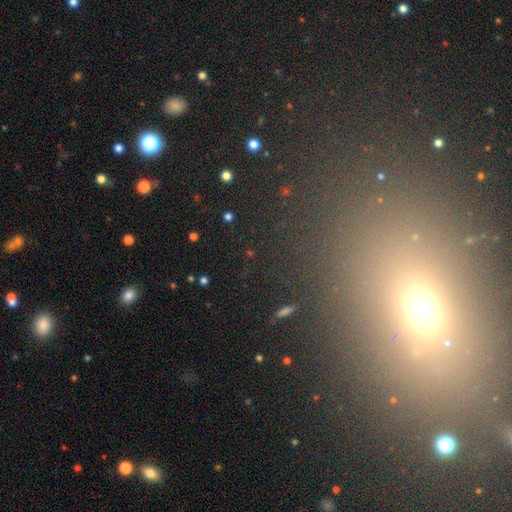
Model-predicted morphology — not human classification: This is marginally a smooth galaxy (45%). Merging: clearly none (82%).